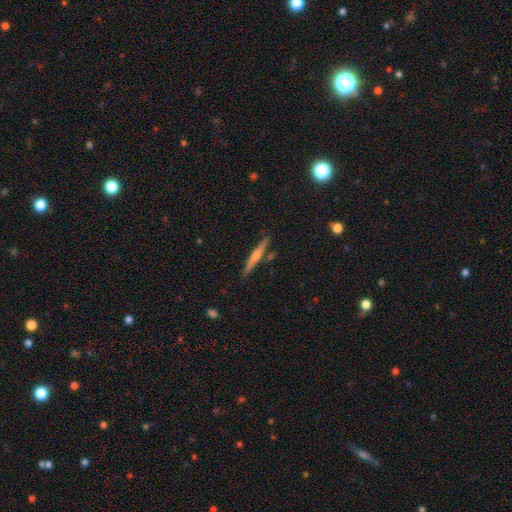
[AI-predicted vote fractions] Smooth or featured?
  - featured or disk: 56% *
  - smooth: 37%
  - star or artifact: 7%
Edge-on disk?
  - yes: 97% *
  - no: 3%
Edge-on bulge?
  - rounded: 68% *
  - none: 23%
  - boxy: 8%
Merging?
  - none: 86% *
  - minor disturbance: 9%
  - merger: 3%
  - major disturbance: 2%